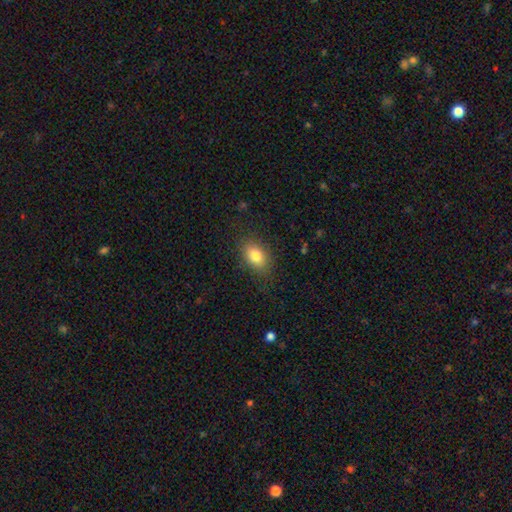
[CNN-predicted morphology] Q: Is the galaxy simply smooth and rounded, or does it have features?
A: smooth — 81%.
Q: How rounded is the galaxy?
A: in between — 84%.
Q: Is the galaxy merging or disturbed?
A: none — 83%.